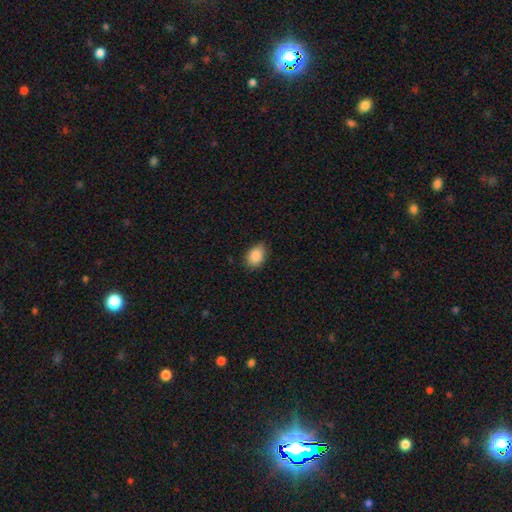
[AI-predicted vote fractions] The model was most divided on "how rounded": in between: 75%, round: 24%, cigar-shaped: 1%. More confident: smooth or featured — smooth (87%); merging — none (75%).